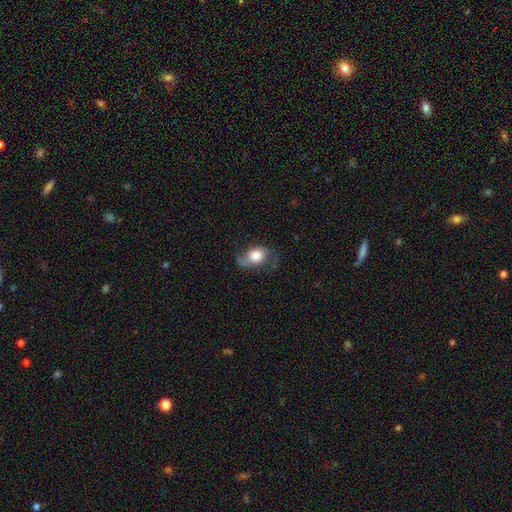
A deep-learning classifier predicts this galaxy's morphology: A smooth galaxy with no disk features (53%) that is in between round and cigar-shaped (62%).

Vote fractions:
- Smooth or featured? smooth: 53% / featured or disk: 39% / star or artifact: 8%
- How rounded? in between: 62% / round: 37% / cigar-shaped: 2%
- Merging? none: 51% / minor disturbance: 26% / major disturbance: 20% / merger: 2%